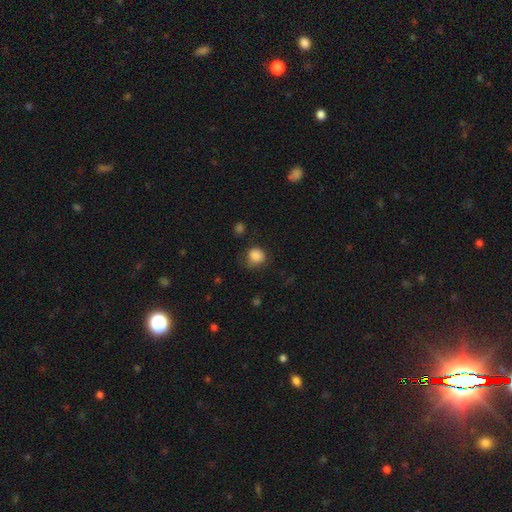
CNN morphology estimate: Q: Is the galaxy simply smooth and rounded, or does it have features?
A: smooth — 86%.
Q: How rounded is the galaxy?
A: round — 83%.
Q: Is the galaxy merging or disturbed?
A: none — 65%.